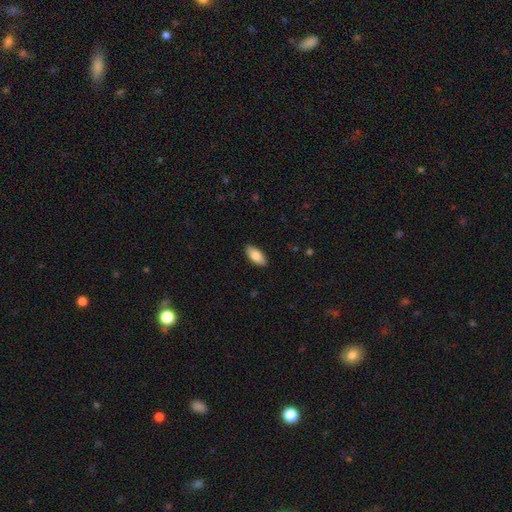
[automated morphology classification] Smooth or featured? Predicted: smooth (p=0.85). How rounded? Predicted: in between (p=0.91). Merging? Predicted: none (p=0.89).